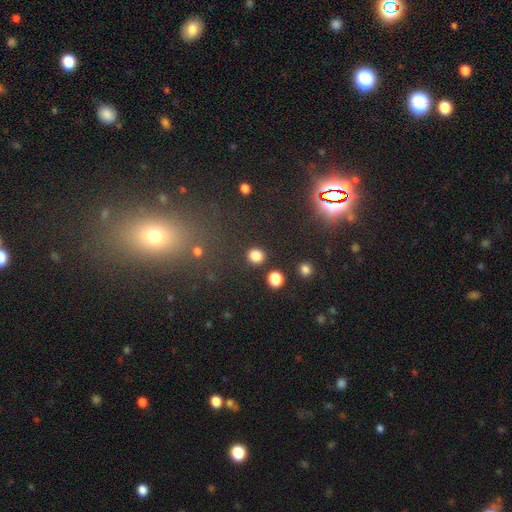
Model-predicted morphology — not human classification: type=smooth (83%); roundness=round (86%); merging=none (87%).